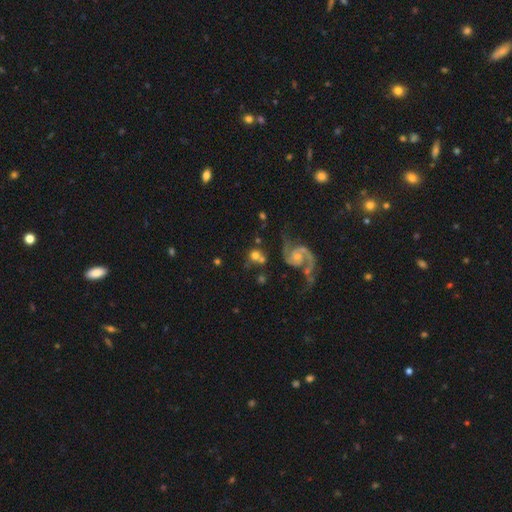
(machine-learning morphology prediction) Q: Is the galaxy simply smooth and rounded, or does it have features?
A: smooth — 47%.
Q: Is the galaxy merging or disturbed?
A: none — 53%.